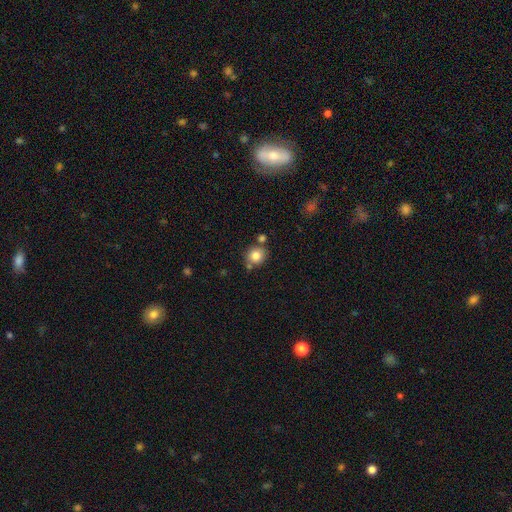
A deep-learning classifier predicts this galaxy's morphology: This is clearly a smooth galaxy (82%). How rounded: clearly round (84%). Merging: likely none (68%).